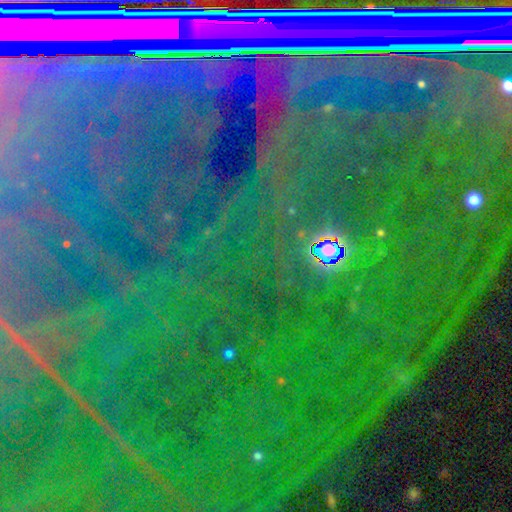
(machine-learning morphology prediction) Smooth or featured?
  - star or artifact: 85% *
  - featured or disk: 7%
  - smooth: 7%